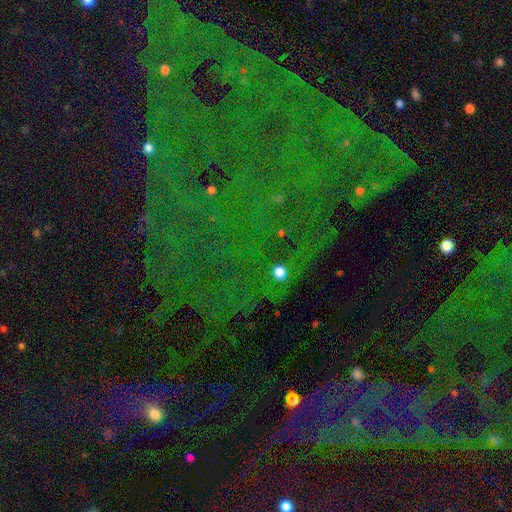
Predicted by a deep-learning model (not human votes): This is likely a star or artifact rather than a galaxy (79%).